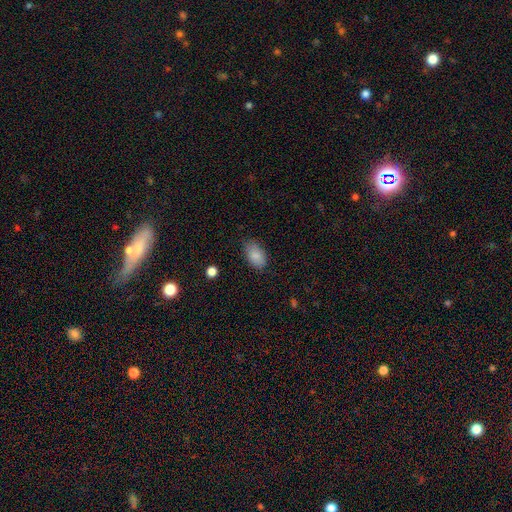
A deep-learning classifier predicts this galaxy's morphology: Q: Smooth or featured?
A: smooth (87%); runner-up: star or artifact (7%)
Q: How rounded?
A: in between (92%); runner-up: round (6%)
Q: Merging?
A: none (77%); runner-up: minor disturbance (18%)